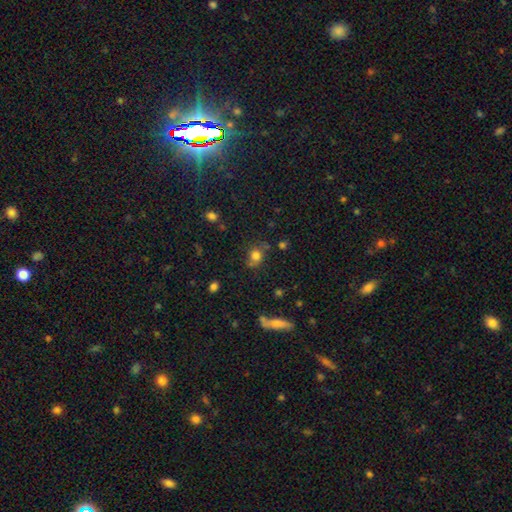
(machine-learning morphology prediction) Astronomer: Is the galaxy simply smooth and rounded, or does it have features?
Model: smooth — 76%.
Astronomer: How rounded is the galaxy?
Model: round — 75%.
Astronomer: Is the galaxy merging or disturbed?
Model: none — 65%.